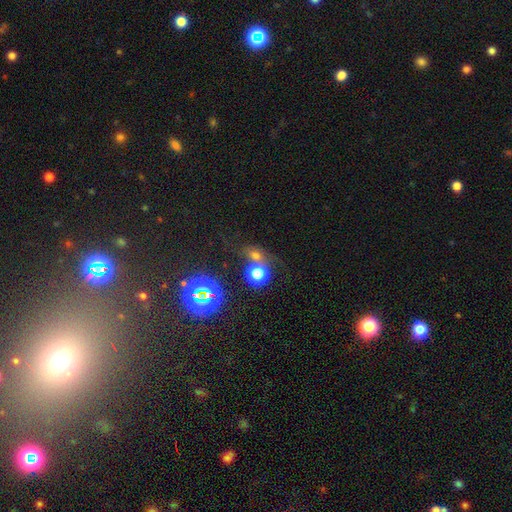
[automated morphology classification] Overall: smooth (50%; star or artifact 40%). How rounded: round (62%; in between 35%). Merging: none (56%; merger 25%).